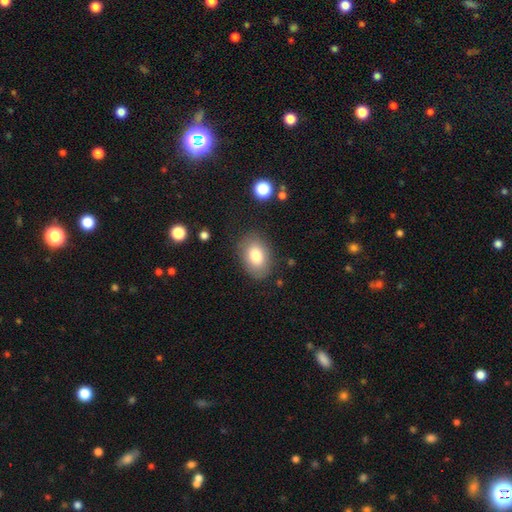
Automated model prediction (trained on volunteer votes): smooth_or_featured: smooth (p=0.80) [alt: featured or disk p=0.12]
how_rounded: in between (p=0.84) [alt: round p=0.15]
merging: none (p=0.82) [alt: minor disturbance p=0.12]